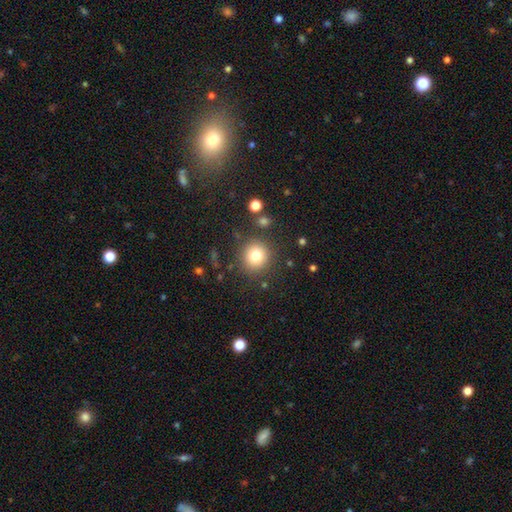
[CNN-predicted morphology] This is likely a smooth galaxy (79%). How rounded: clearly round (93%). Merging: clearly none (86%).